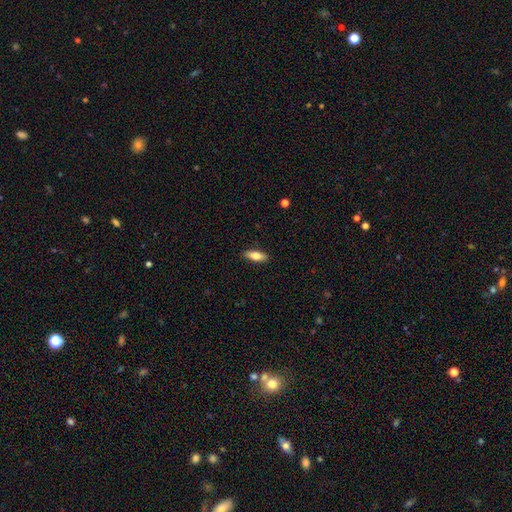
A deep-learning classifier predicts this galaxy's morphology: Smooth or featured? smooth (74%)
How rounded? in between (65%)
Merging? none (89%)